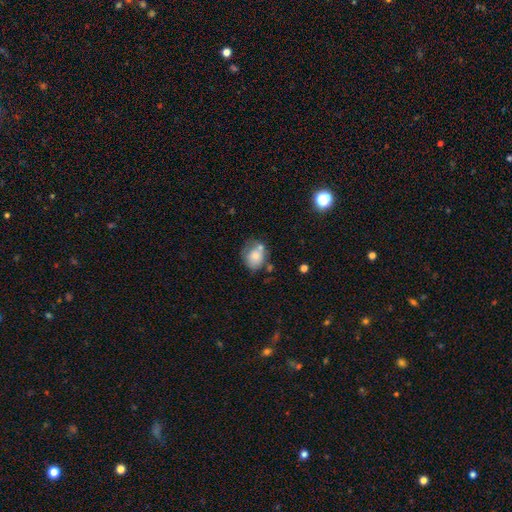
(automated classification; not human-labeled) Smooth or featured: smooth — 70% (featured or disk — 22%)
How rounded: round — 58% (in between — 41%)
Merging: none — 44% (minor disturbance — 25%)